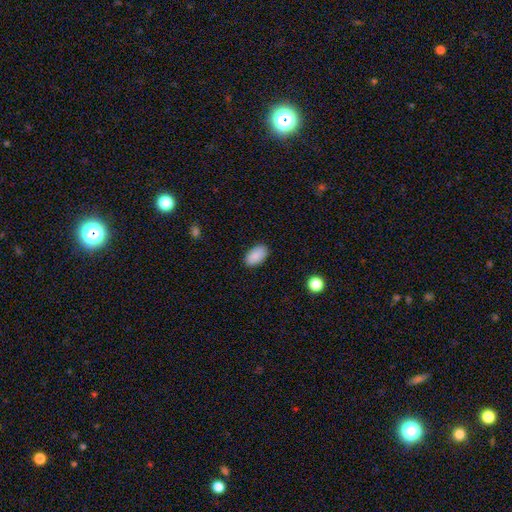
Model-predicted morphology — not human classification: Smooth or featured: smooth — 89% (star or artifact — 7%)
How rounded: in between — 94% (round — 4%)
Merging: none — 88% (minor disturbance — 9%)